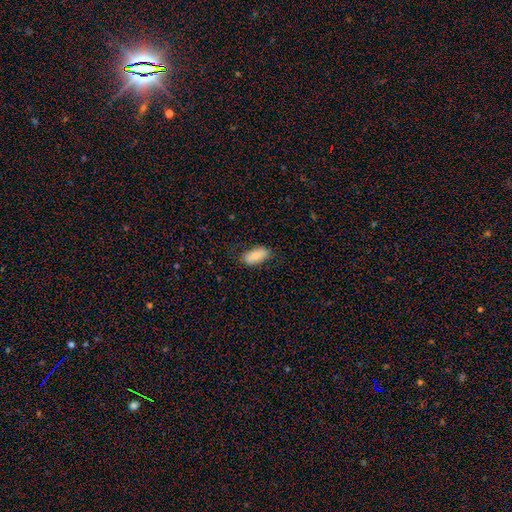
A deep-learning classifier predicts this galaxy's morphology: Overall: smooth (82%). How rounded: in between (88%). Merging: none (79%).